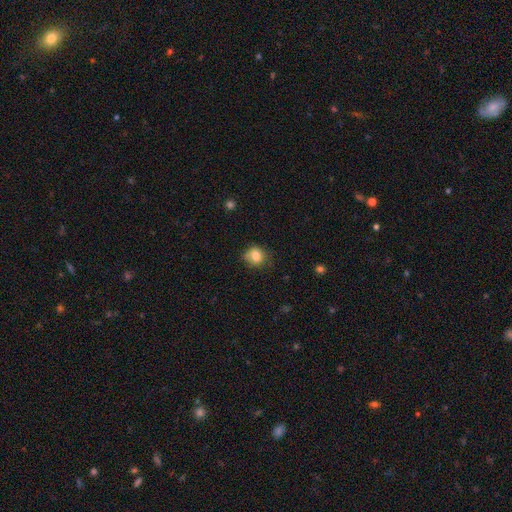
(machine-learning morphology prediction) A smooth galaxy with no disk features (80%) that is round (71%).

Vote fractions:
- Smooth or featured? smooth: 80% / star or artifact: 11% / featured or disk: 10%
- How rounded? round: 71% / in between: 28% / cigar-shaped: 1%
- Merging? none: 63% / minor disturbance: 27% / major disturbance: 7% / merger: 4%